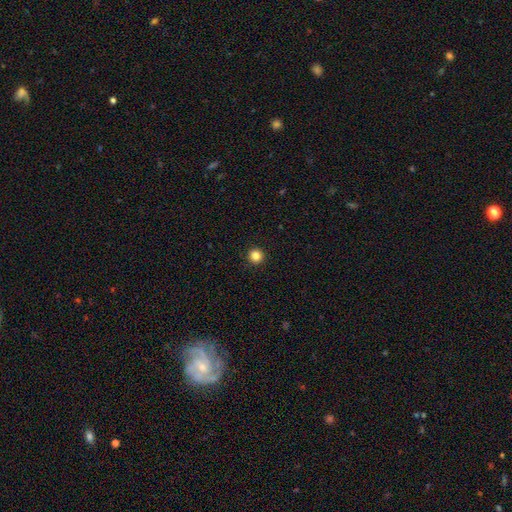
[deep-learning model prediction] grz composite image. It shows a smooth galaxy with no disk features (84%) that is round (96%). Merging: none (94%).